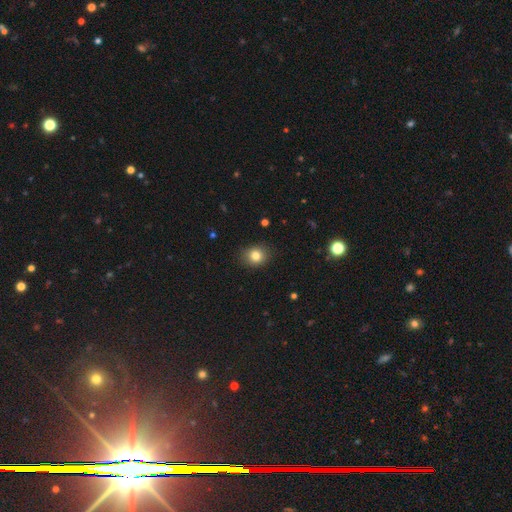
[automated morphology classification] Smooth or featured: smooth — 81% (star or artifact — 12%)
How rounded: round — 68% (in between — 31%)
Merging: none — 86% (minor disturbance — 10%)